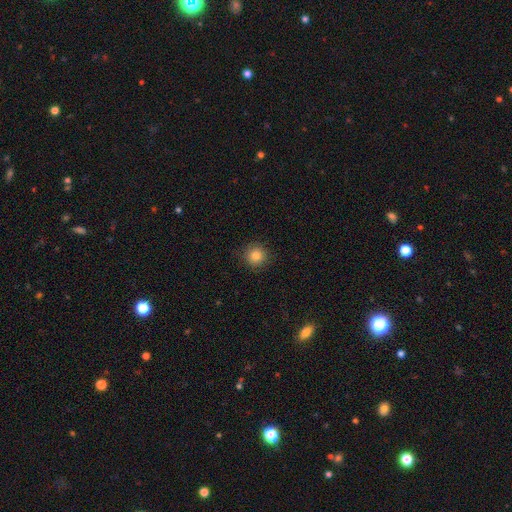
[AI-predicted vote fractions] Overall: smooth (83%). How rounded: round (93%). Merging: none (89%).